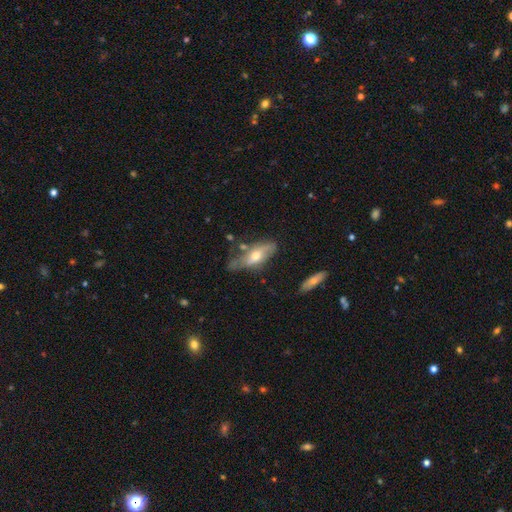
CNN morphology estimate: A smooth galaxy with no disk features (49%).

Vote fractions:
- Smooth or featured? smooth: 49% / featured or disk: 44% / star or artifact: 7%
- Merging? none: 43% / minor disturbance: 31% / major disturbance: 17% / merger: 9%